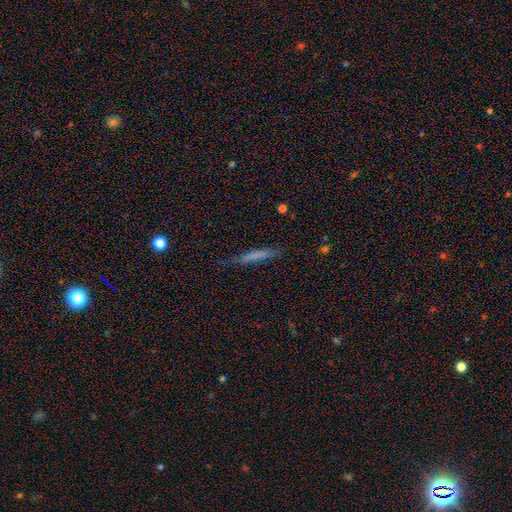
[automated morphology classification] Smooth or featured? Predicted: smooth (p=0.62). How rounded? Predicted: cigar-shaped (p=0.92). Merging? Predicted: none (p=0.71).